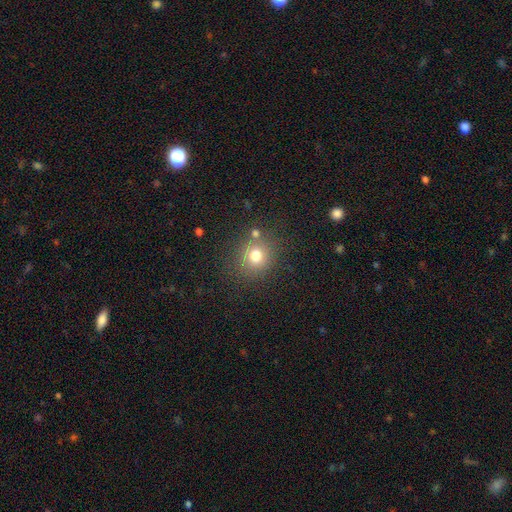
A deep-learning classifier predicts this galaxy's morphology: This is likely a smooth galaxy (74%). How rounded: clearly round (85%). Merging: likely none (77%).